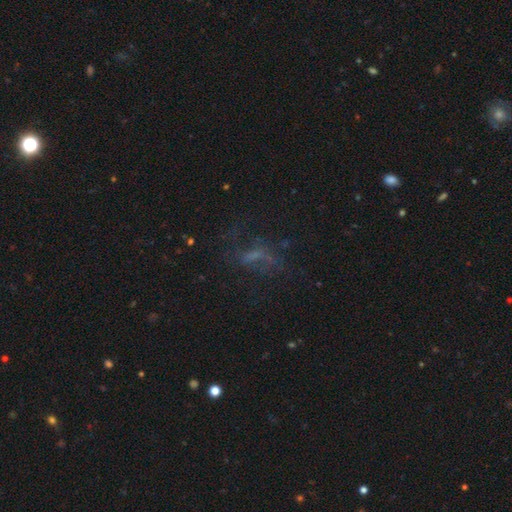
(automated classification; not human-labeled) A featured or disk galaxy (39%).

Vote fractions:
- Smooth or featured? featured or disk: 39% / star or artifact: 31% / smooth: 30%
- Merging? none: 47% / major disturbance: 31% / minor disturbance: 19% / merger: 4%